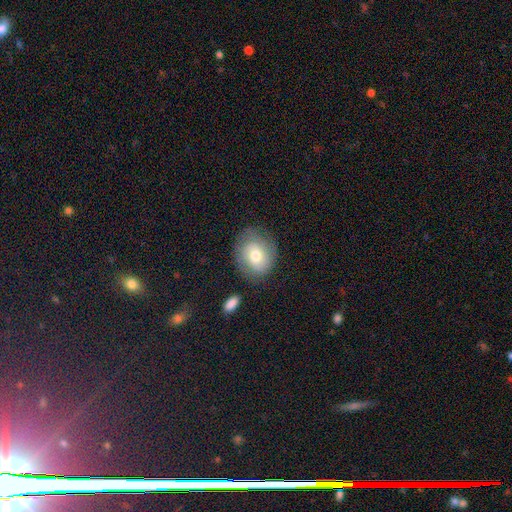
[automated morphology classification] smooth 51%, featured or disk 41%, star or artifact 8%. Down the decision tree: how rounded — round (57%); merging — none (72%).